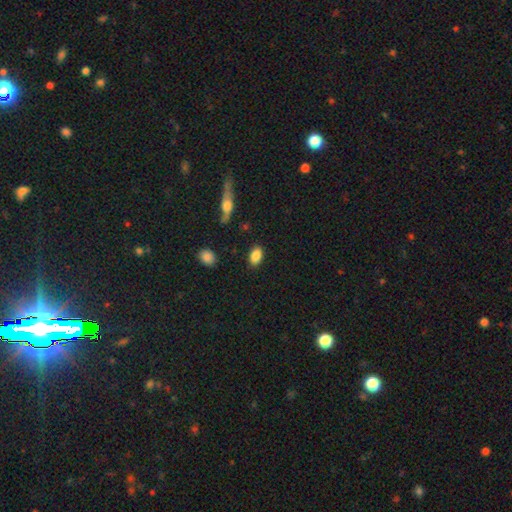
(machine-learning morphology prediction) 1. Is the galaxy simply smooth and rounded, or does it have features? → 87% smooth, 7% star or artifact, 6% featured or disk.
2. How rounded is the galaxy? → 87% in between, 10% round, 2% cigar-shaped.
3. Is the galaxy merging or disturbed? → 87% none, 9% minor disturbance, 3% major disturbance, 2% merger.